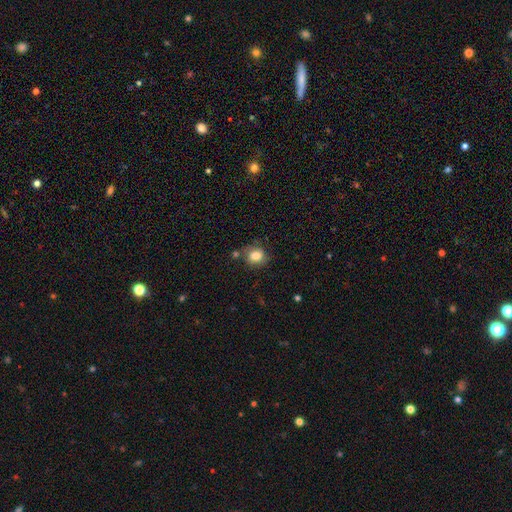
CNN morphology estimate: type=smooth (81%); roundness=round (75%); merging=none (70%).